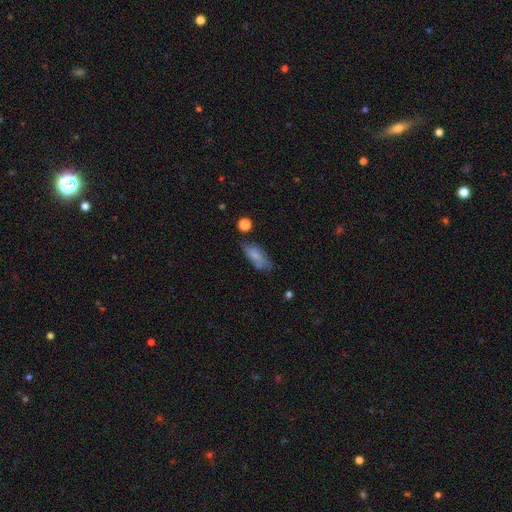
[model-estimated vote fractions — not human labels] Smooth or featured: smooth — 70% (featured or disk — 22%)
How rounded: in between — 80% (cigar-shaped — 17%)
Merging: none — 57% (minor disturbance — 28%)